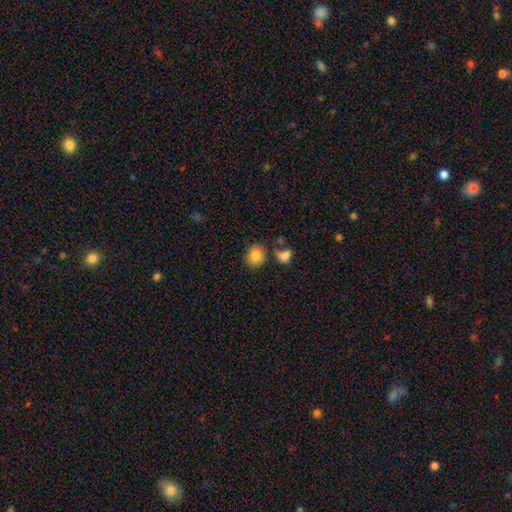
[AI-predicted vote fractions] A smooth galaxy with no disk features (84%) that is round (63%). Merging: none (75%).